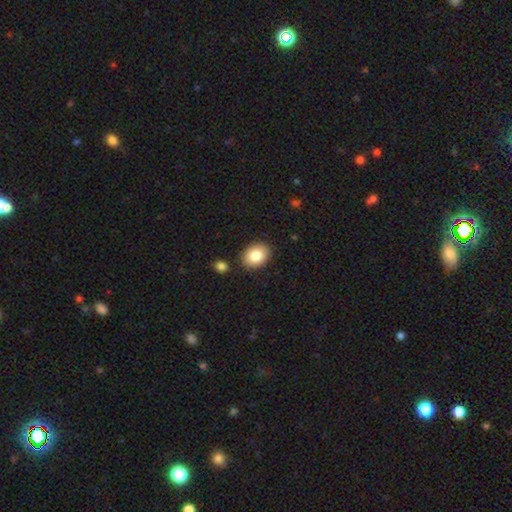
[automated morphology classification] Smooth or featured? Predicted: smooth (p=0.84). How rounded? Predicted: in between (p=0.70). Merging? Predicted: none (p=0.86).